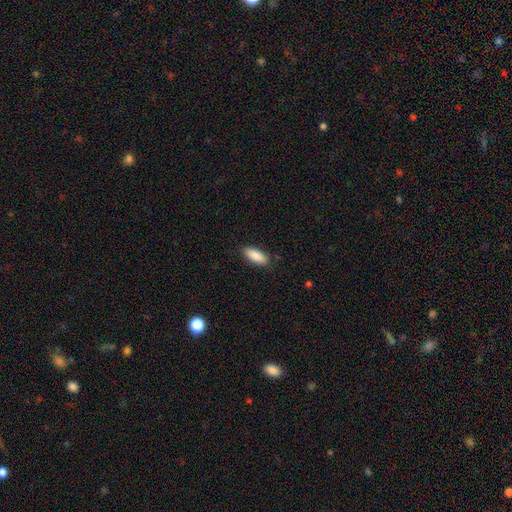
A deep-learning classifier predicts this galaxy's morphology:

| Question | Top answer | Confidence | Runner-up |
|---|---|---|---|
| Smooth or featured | smooth | 89% | star or artifact (6%) |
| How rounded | in between | 78% | cigar-shaped (20%) |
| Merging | none | 85% | minor disturbance (11%) |